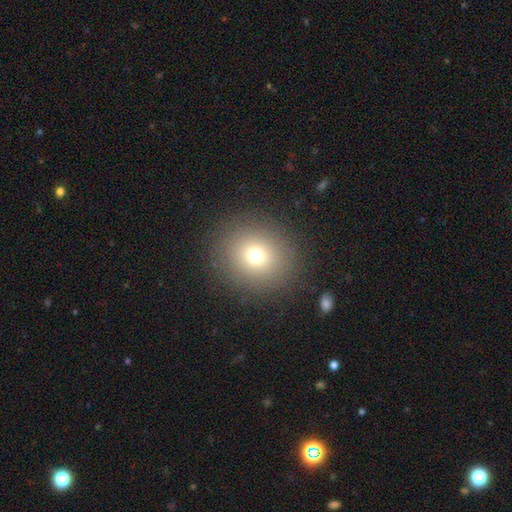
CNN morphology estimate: Overall: smooth (72%). How rounded: round (86%). Merging: none (88%).